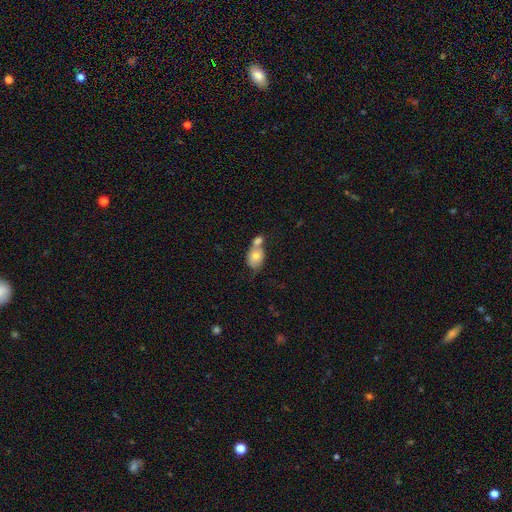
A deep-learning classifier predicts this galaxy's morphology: A smooth galaxy with no disk features (72%) that is in between round and cigar-shaped (73%).

Vote fractions:
- Smooth or featured? smooth: 72% / featured or disk: 21% / star or artifact: 8%
- How rounded? in between: 73% / round: 26% / cigar-shaped: 2%
- Merging? merger: 58% / none: 26% / minor disturbance: 11% / major disturbance: 5%